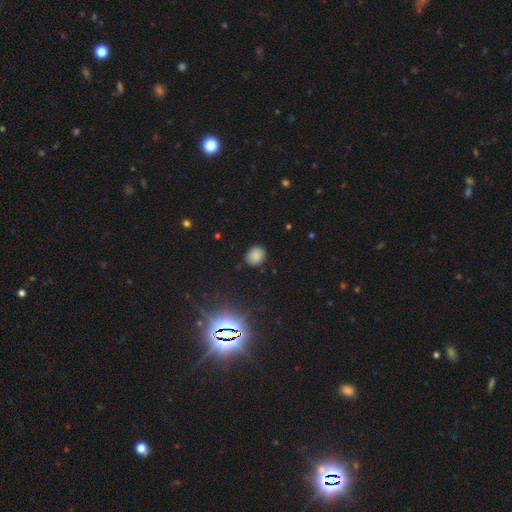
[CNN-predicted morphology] Q: Smooth or featured?
A: smooth (81%); runner-up: star or artifact (14%)
Q: How rounded?
A: round (75%); runner-up: in between (24%)
Q: Merging?
A: none (87%); runner-up: minor disturbance (10%)